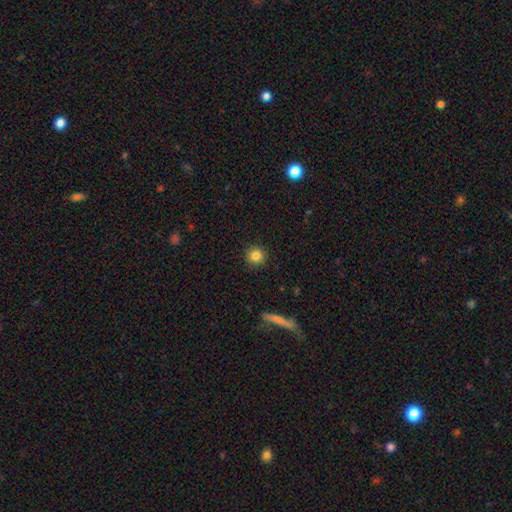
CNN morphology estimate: A smooth galaxy with no disk features (84%) that is round (94%).

Vote fractions:
- Smooth or featured? smooth: 84% / star or artifact: 10% / featured or disk: 6%
- How rounded? round: 94% / in between: 5% / cigar-shaped: 1%
- Merging? none: 92% / minor disturbance: 5% / major disturbance: 2% / merger: 1%